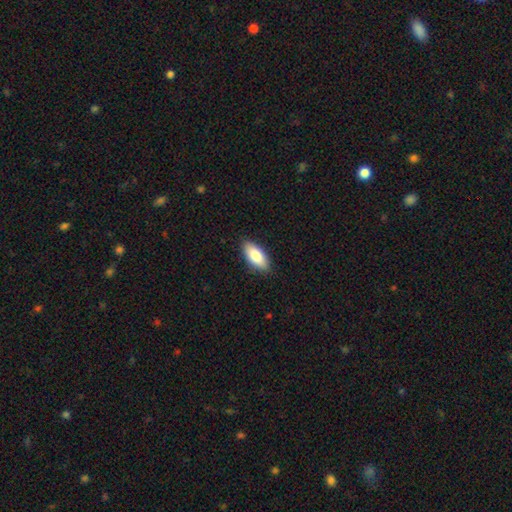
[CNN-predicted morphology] Smooth or featured: smooth — 84% (featured or disk — 10%)
How rounded: in between — 87% (cigar-shaped — 11%)
Merging: none — 88% (minor disturbance — 9%)